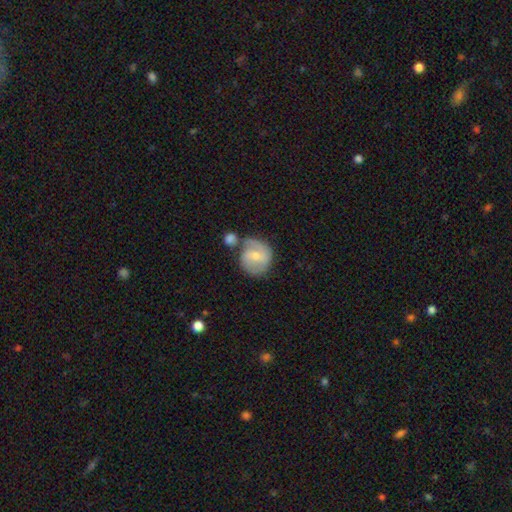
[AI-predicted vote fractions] Overall: featured or disk (52%; smooth 42%). Edge-on disk: no (97%). Bar: weak (55%; no 28%). Spiral arms: yes (75%). Bulge size: moderate (51%; small 44%). Merging: none (48%; merger 24%).